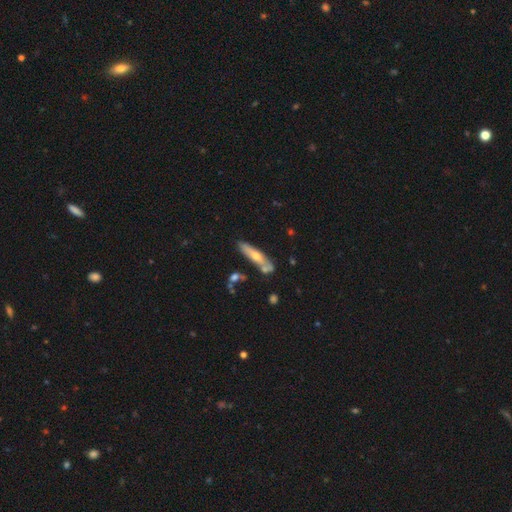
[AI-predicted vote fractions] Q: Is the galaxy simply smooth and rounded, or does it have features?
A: featured or disk — 52%.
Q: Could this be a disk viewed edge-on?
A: yes — 76%.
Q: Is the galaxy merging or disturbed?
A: none — 69%.